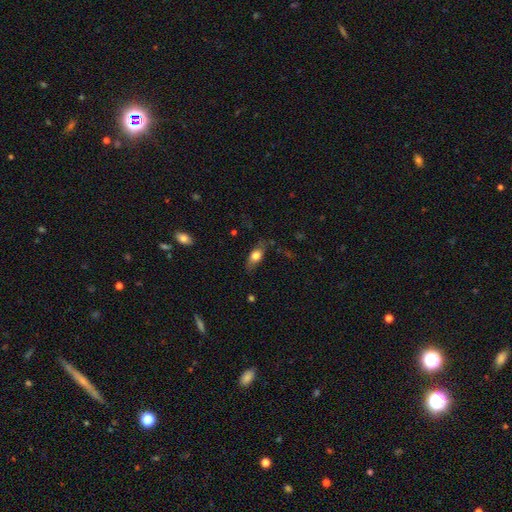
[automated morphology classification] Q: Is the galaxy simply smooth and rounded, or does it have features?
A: smooth — 70%.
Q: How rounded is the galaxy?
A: in between — 79%.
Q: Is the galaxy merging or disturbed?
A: none — 71%.